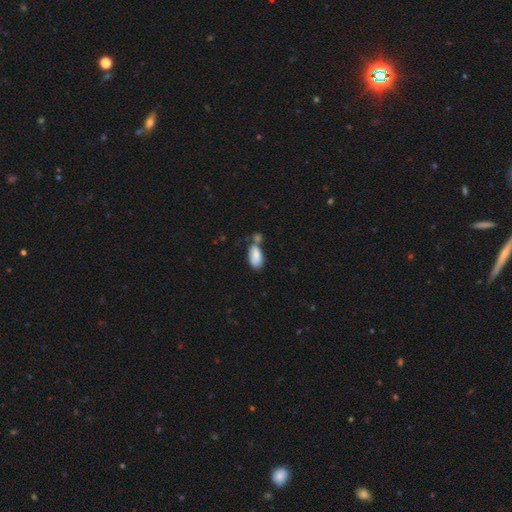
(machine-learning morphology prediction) A smooth galaxy with no disk features (85%) that is in between round and cigar-shaped (93%). Merging: none (42%).